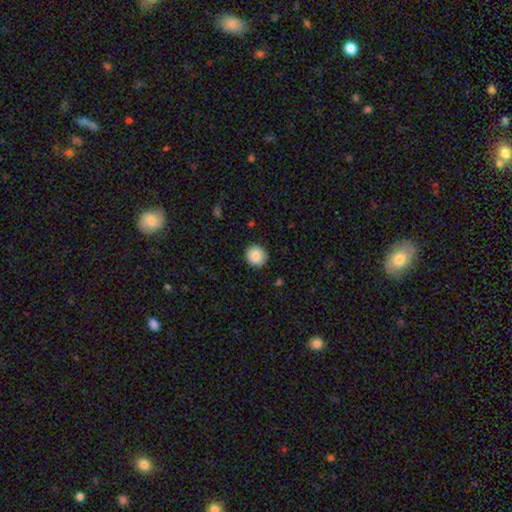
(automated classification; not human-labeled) Morphology: type=smooth (88%); roundness=round (90%); merging=none (91%).